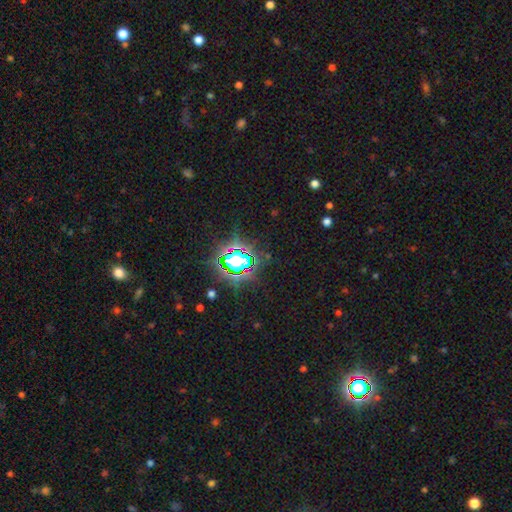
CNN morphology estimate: The model was most divided on "smooth or featured": star or artifact: 81%, smooth: 12%, featured or disk: 7%.